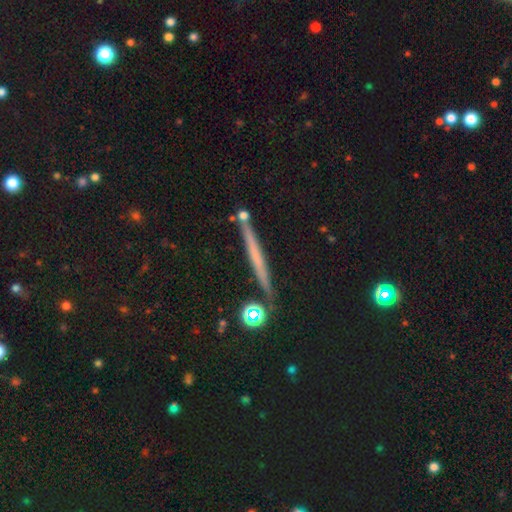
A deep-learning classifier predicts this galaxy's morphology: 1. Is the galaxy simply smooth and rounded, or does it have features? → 52% featured or disk, 38% smooth, 10% star or artifact.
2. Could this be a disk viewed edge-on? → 97% yes, 3% no.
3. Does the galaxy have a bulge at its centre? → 82% none, 12% rounded, 6% boxy.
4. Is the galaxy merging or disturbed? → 87% none, 8% minor disturbance, 3% merger, 2% major disturbance.